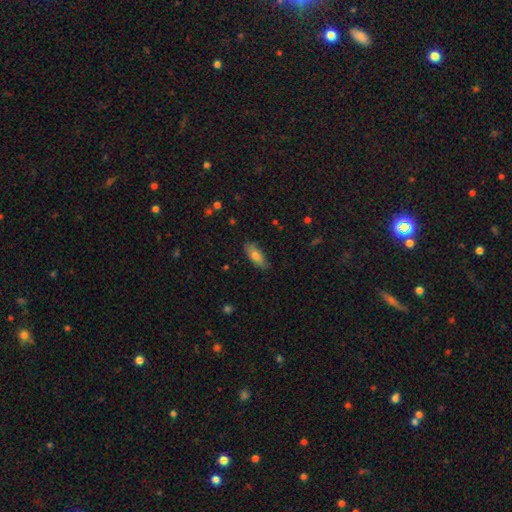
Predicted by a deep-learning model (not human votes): Smooth or featured? smooth (73%)
How rounded? in between (75%)
Merging? none (82%)